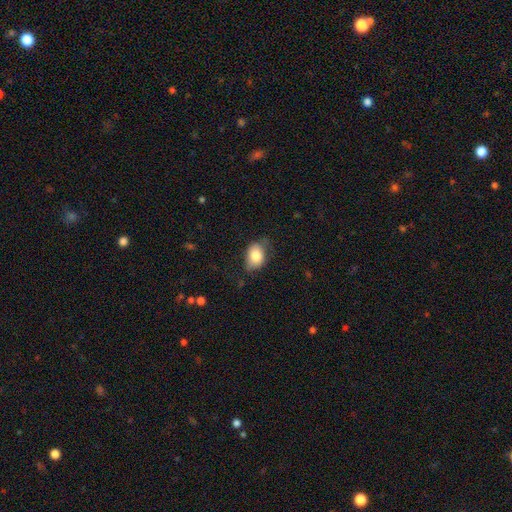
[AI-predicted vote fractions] Smooth or featured: smooth — 79% (featured or disk — 13%)
How rounded: in between — 75% (round — 24%)
Merging: none — 61% (minor disturbance — 29%)